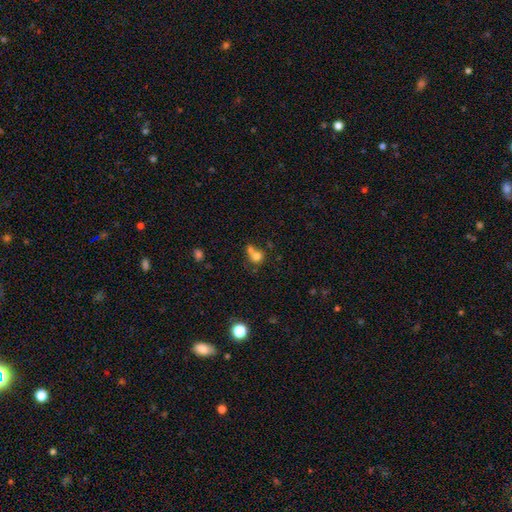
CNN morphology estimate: Smooth or featured?
  - smooth: 74% *
  - featured or disk: 14%
  - star or artifact: 13%
How rounded?
  - round: 74% *
  - in between: 25%
  - cigar-shaped: 1%
Merging?
  - merger: 54% *
  - none: 31%
  - minor disturbance: 9%
  - major disturbance: 6%